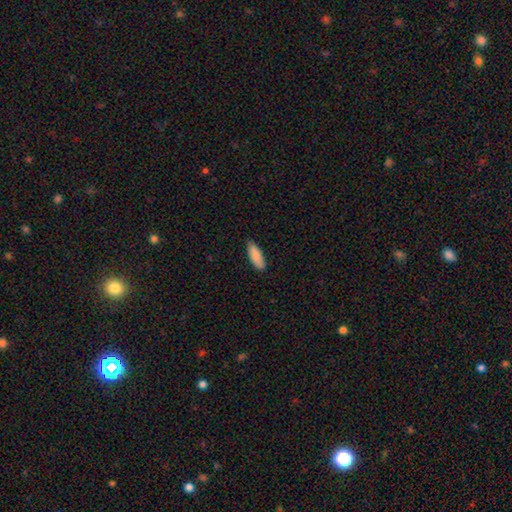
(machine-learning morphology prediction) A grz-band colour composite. It shows a smooth galaxy with no disk features (88%) that is in between round and cigar-shaped (64%). Merging: none (85%).